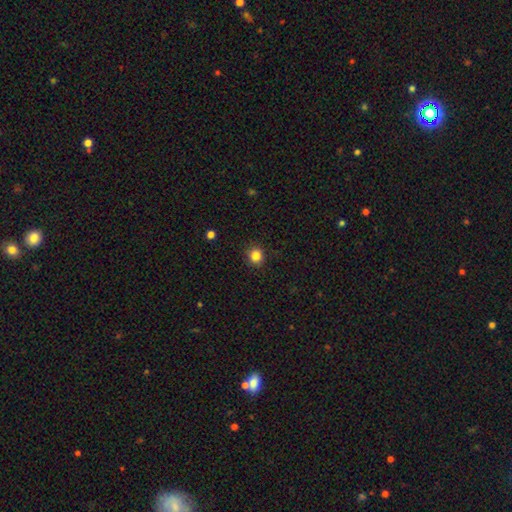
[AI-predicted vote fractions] Morphology: type=smooth (84%); roundness=round (87%); merging=none (90%).